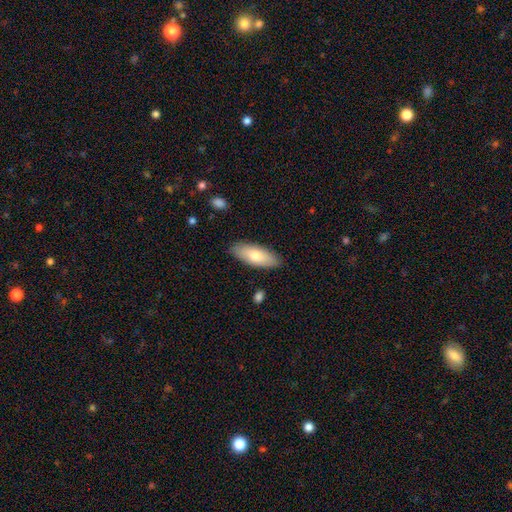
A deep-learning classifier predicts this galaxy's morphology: The model was most divided on "smooth or featured": smooth: 74%, featured or disk: 20%, star or artifact: 6%. More confident: merging — none (86%); how rounded — in between (78%).